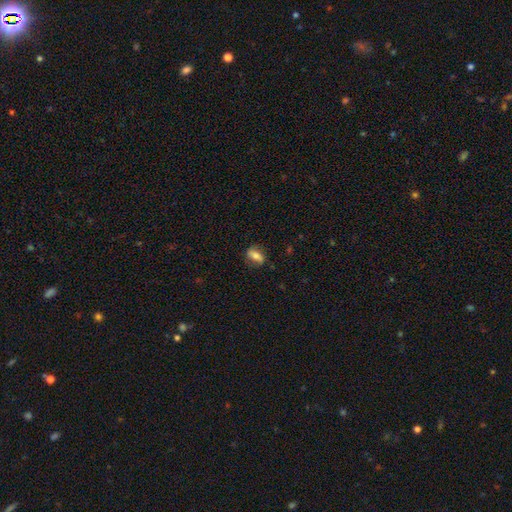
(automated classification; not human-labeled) This is likely a smooth galaxy (65%). How rounded: likely in between (77%). Merging: likely none (76%).